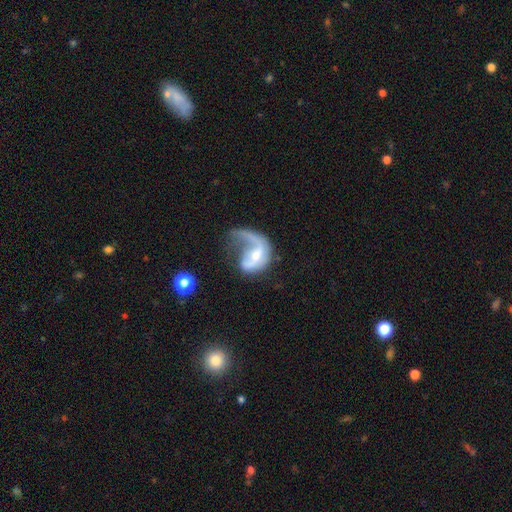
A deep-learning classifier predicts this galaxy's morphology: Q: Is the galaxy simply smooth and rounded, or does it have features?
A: featured or disk — 66%.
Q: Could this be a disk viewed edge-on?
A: no — 96%.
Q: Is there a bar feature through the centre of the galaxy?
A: no — 52%.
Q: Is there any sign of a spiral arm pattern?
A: yes — 75%.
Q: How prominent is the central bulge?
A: small — 47%.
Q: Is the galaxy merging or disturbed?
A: major disturbance — 61%.